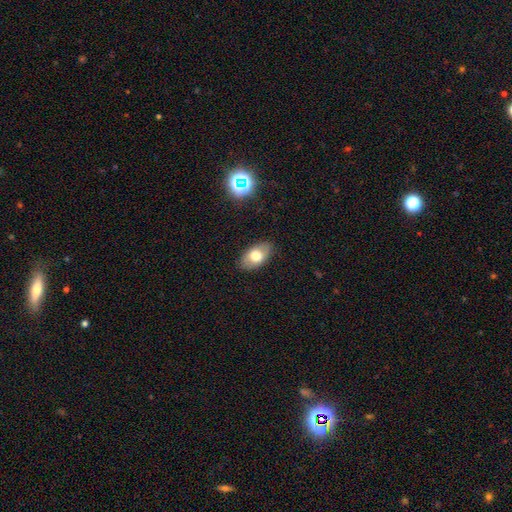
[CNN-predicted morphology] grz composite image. It shows a smooth galaxy with no disk features (69%) that is in between round and cigar-shaped (92%). Merging: none (86%).